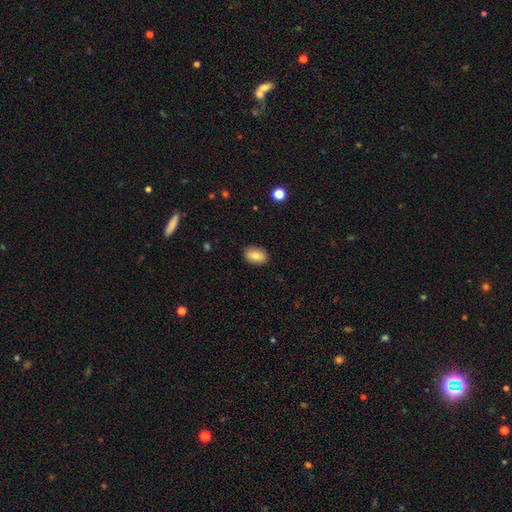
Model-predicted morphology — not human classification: Overall: smooth (79%). How rounded: in between (86%). Merging: none (88%).